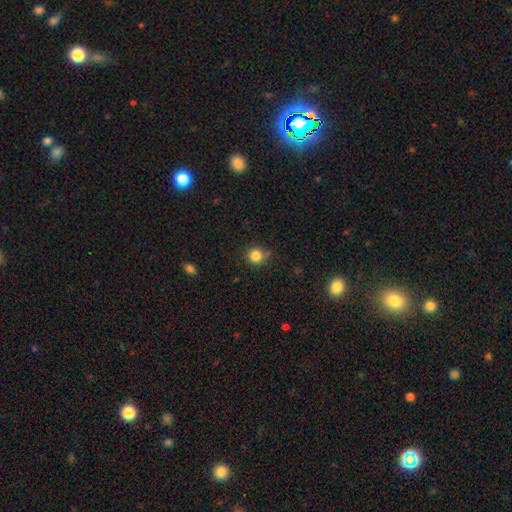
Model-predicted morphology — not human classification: This appears to be a smooth galaxy with no disk features (83%) that is round (90%). Merging: none (73%).